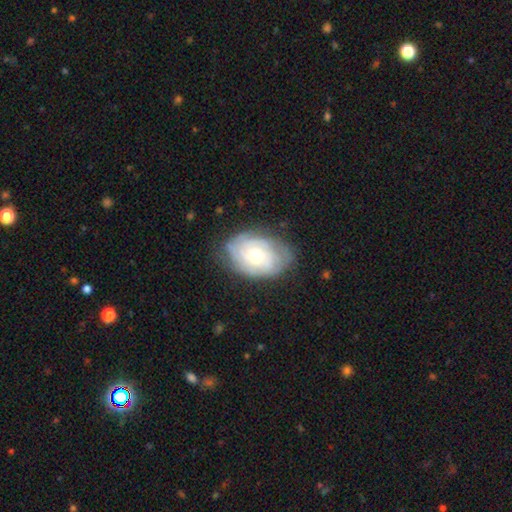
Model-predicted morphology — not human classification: smooth-or-featured: featured or disk: 69% | smooth: 25% | star or artifact: 6%
  disk-edge-on: no: 95% | yes: 5%
    bar: no: 81% | weak: 16% | strong: 3%
    has-spiral-arms: yes: 81% | no: 19%
      spiral-winding: tight: 69% | medium: 23% | loose: 8%
      spiral-arm-count: can't tell: 53% | 2: 16% | 3: 15% | 4: 7% | 1: 5% | more than 4: 4%
    bulge-size: moderate: 72% | small: 17% | large: 9% | dominant: 1% | none: 1%
  merging: none: 69% | minor disturbance: 22% | major disturbance: 8% | merger: 1%